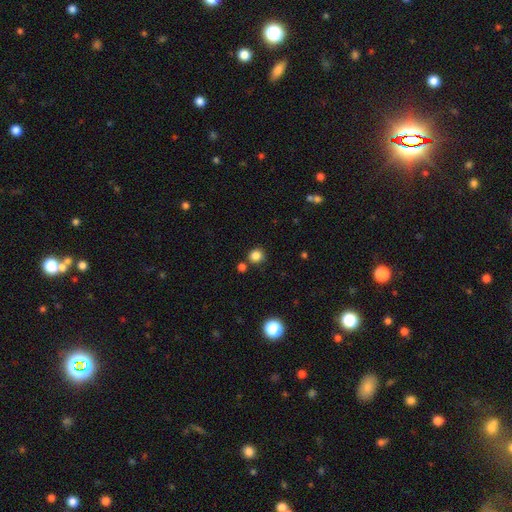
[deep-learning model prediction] This is clearly a smooth galaxy (83%). How rounded: clearly round (89%). Merging: likely none (79%).